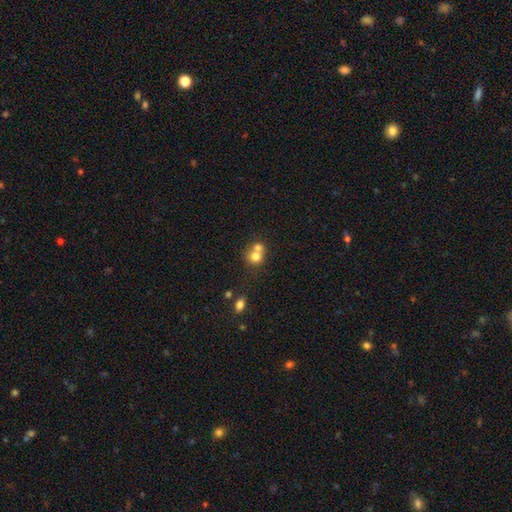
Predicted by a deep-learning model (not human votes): smooth_or_featured: smooth (p=0.74) [alt: featured or disk p=0.15]
how_rounded: round (p=0.79) [alt: in between p=0.20]
merging: merger (p=0.55) [alt: none p=0.35]